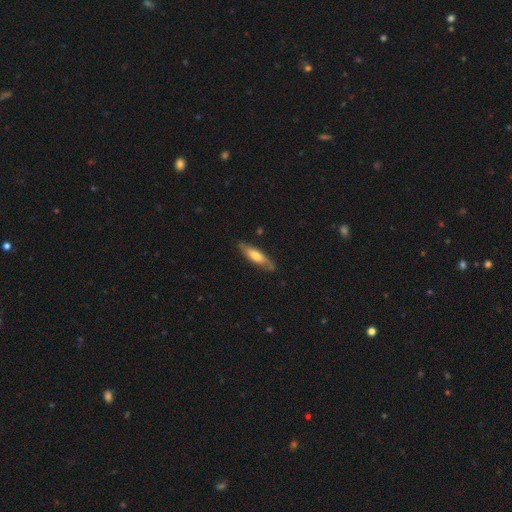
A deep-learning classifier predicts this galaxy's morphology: A smooth galaxy with no disk features (54%) that is cigar-shaped (67%).

Vote fractions:
- Smooth or featured? smooth: 54% / featured or disk: 41% / star or artifact: 5%
- How rounded? cigar-shaped: 67% / in between: 31% / round: 2%
- Merging? none: 79% / minor disturbance: 16% / major disturbance: 3% / merger: 1%